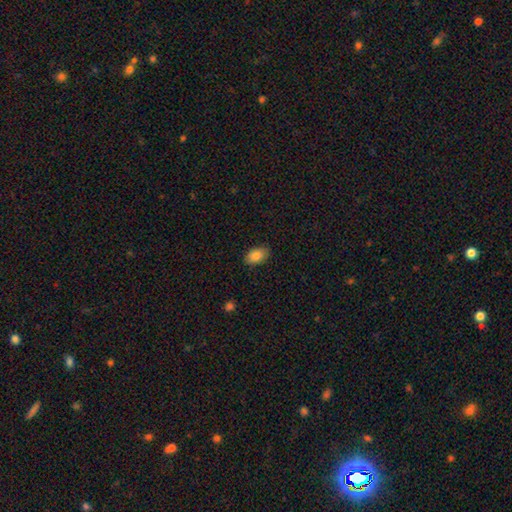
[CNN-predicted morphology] smooth_or_featured: smooth (p=0.86) [alt: star or artifact p=0.08]
how_rounded: in between (p=0.92) [alt: round p=0.07]
merging: none (p=0.86) [alt: minor disturbance p=0.11]